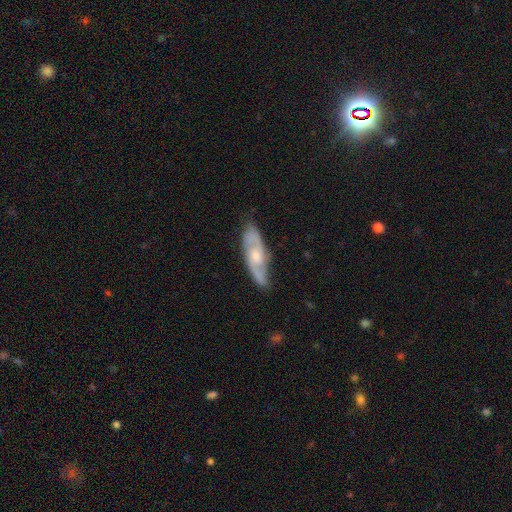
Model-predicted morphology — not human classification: Smooth or featured: featured or disk — 73% (smooth — 22%)
Edge-on disk: no — 82% (yes — 18%)
Bar: no — 63% (weak — 32%)
Spiral arms: yes — 92% (no — 8%)
Spiral winding: medium — 51% (tight — 30%)
Spiral arm count: 2 — 79% (can't tell — 12%)
Bulge size: moderate — 52% (small — 34%)
Merging: none — 79% (minor disturbance — 16%)